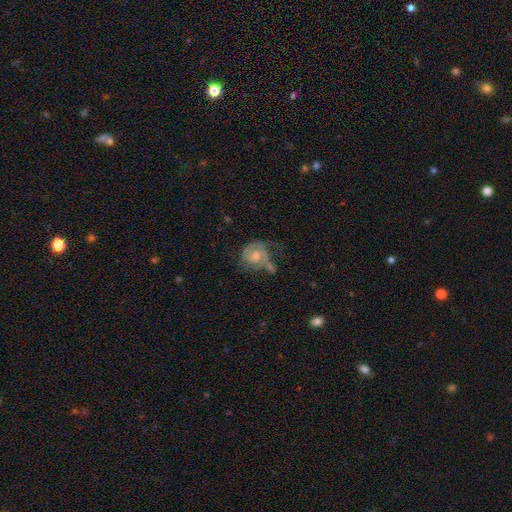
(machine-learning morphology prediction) Smooth or featured? Predicted: featured or disk (p=0.67). Edge-on disk? Predicted: no (p=0.98). Bar? Predicted: no (p=0.69). Spiral arms? Predicted: yes (p=0.84). Spiral winding? Predicted: tight (p=0.43). Spiral arm count? Predicted: 2 (p=0.55). Bulge size? Predicted: moderate (p=0.54). Merging? Predicted: none (p=0.31).